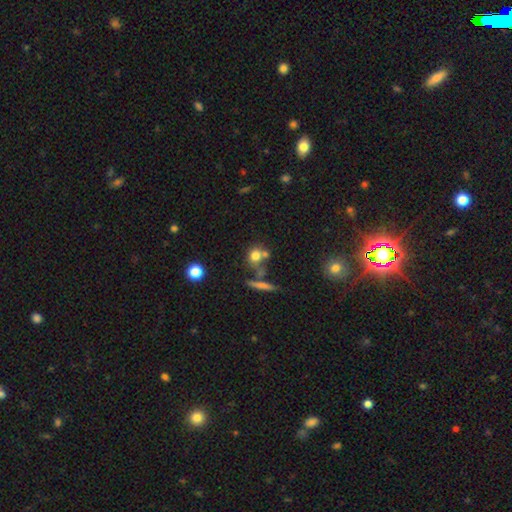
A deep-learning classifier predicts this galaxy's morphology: smooth_or_featured: smooth (p=0.72) [alt: featured or disk p=0.15]
how_rounded: round (p=0.77) [alt: in between p=0.19]
merging: none (p=0.52) [alt: merger p=0.30]